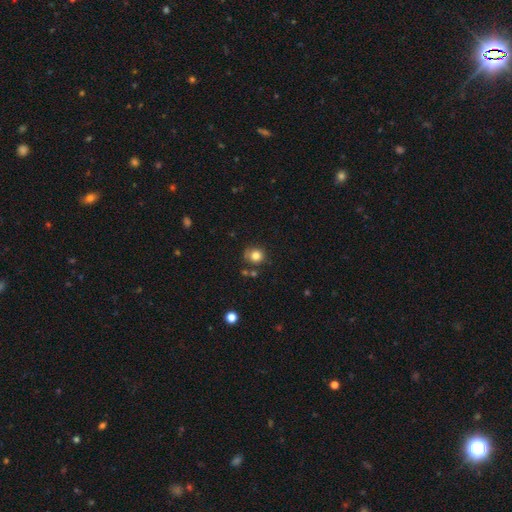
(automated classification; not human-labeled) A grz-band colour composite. It shows a smooth galaxy with no disk features (82%) that is round (85%). Merging: none (72%).